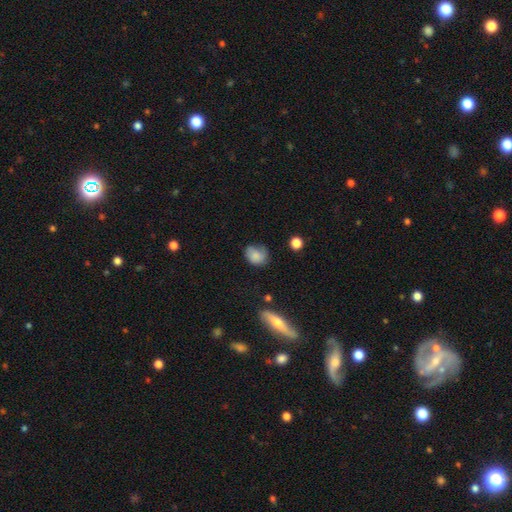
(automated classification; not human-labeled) Overall: smooth (73%). How rounded: round (53%; in between 45%). Merging: none (50%; minor disturbance 33%).